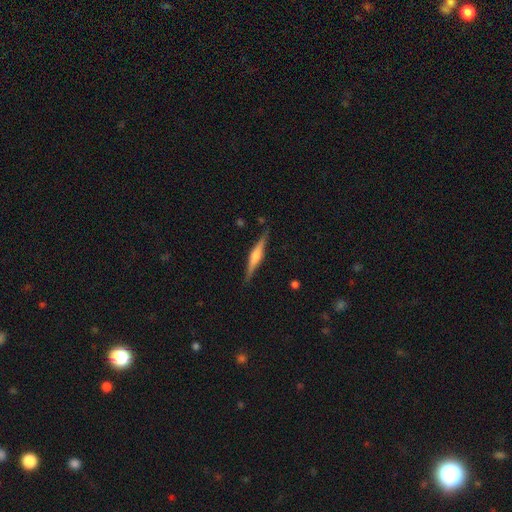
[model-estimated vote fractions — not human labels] Smooth or featured: featured or disk — 67% (smooth — 27%)
Edge-on disk: yes — 98% (no — 2%)
Edge-on bulge: rounded — 74% (boxy — 18%)
Merging: none — 88% (minor disturbance — 9%)